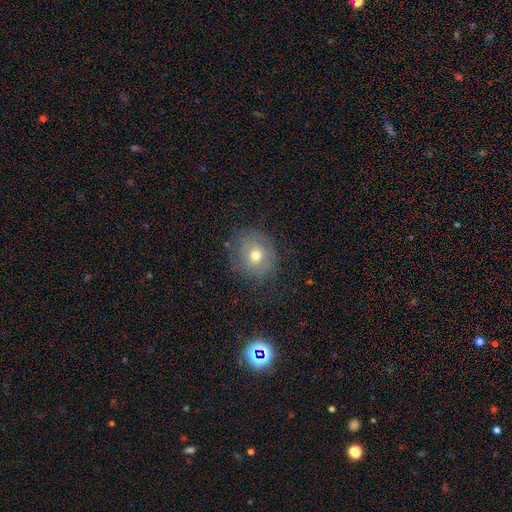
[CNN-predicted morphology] A smooth galaxy with no disk features (59%) that is round (77%). Merging: none (69%).